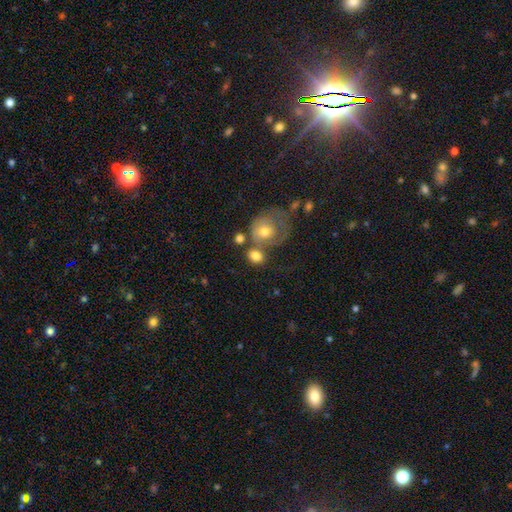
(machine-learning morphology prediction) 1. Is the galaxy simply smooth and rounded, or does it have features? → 73% smooth, 19% featured or disk, 8% star or artifact.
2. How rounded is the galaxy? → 53% round, 45% in between, 1% cigar-shaped.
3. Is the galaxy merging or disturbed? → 39% none, 35% merger, 15% minor disturbance, 11% major disturbance.